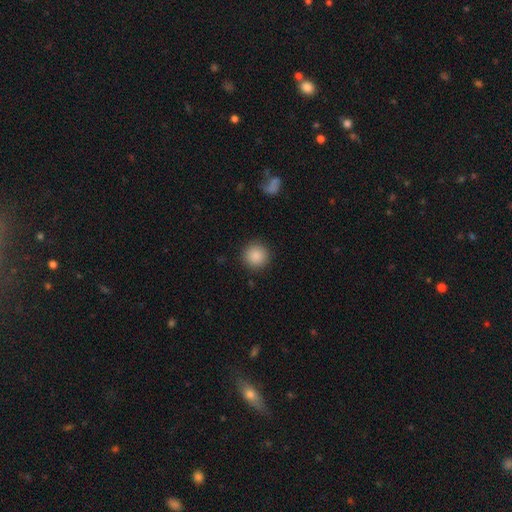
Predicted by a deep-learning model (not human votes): A smooth galaxy with no disk features (88%) that is round (95%). Merging: none (91%).